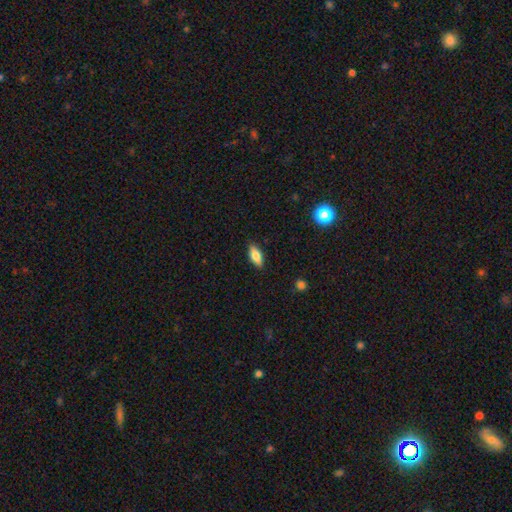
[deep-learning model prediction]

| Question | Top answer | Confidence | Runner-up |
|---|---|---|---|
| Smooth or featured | smooth | 73% | featured or disk (19%) |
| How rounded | in between | 74% | cigar-shaped (23%) |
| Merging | none | 88% | minor disturbance (9%) |